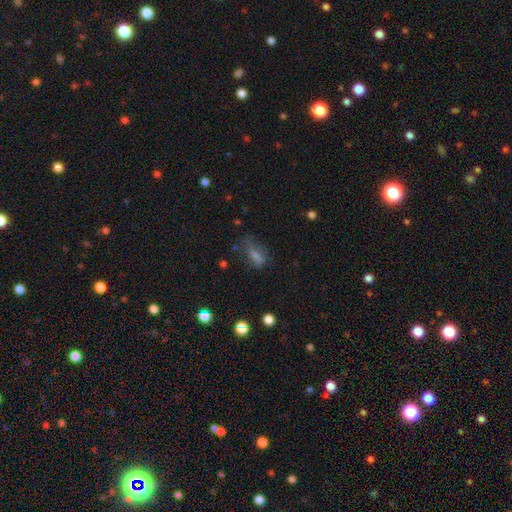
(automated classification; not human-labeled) Smooth or featured? Predicted: smooth (p=0.58). How rounded? Predicted: in between (p=0.69). Merging? Predicted: none (p=0.52).